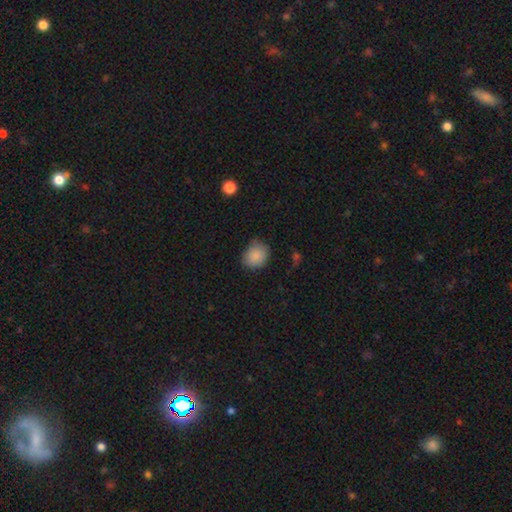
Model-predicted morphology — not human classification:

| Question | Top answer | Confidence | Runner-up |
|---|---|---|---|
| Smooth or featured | smooth | 86% | star or artifact (8%) |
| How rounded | round | 66% | in between (34%) |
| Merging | none | 72% | minor disturbance (22%) |